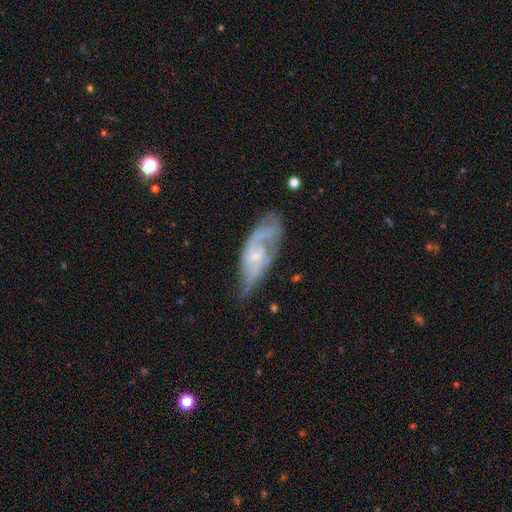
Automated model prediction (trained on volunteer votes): featured or disk 75%, smooth 18%, star or artifact 7%. Down the decision tree: edge-on disk — no (90%); bar — no (66%); spiral arms — yes (83%); spiral arm count — 2 (45%); spiral winding — medium (42%); bulge size — small (74%); merging — none (50%).